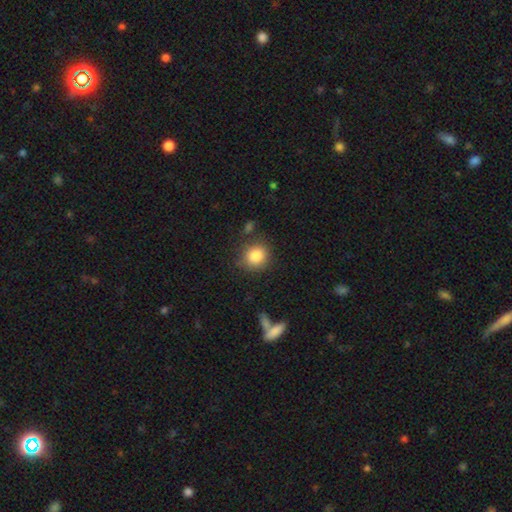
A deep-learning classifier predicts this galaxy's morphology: A smooth galaxy with no disk features (85%) that is round (80%).

Vote fractions:
- Smooth or featured? smooth: 85% / star or artifact: 9% / featured or disk: 5%
- How rounded? round: 80% / in between: 19% / cigar-shaped: 1%
- Merging? none: 80% / minor disturbance: 12% / major disturbance: 4% / merger: 4%